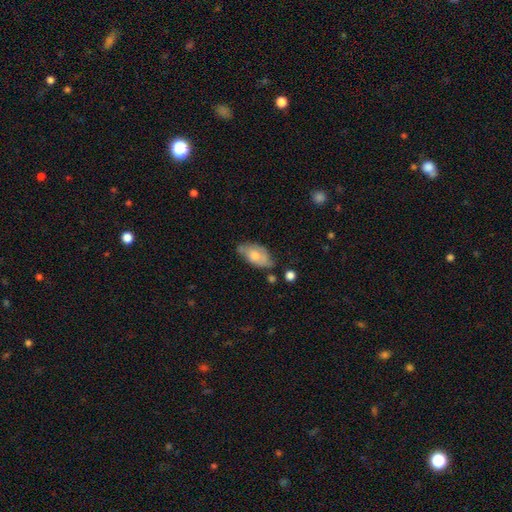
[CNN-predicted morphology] Smooth or featured? smooth (59%)
How rounded? in between (92%)
Merging? none (52%)